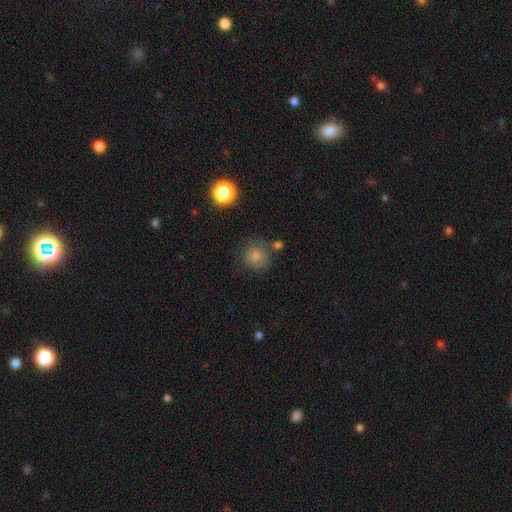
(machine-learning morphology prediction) A smooth galaxy with no disk features (78%) that is round (89%). Merging: none (67%).